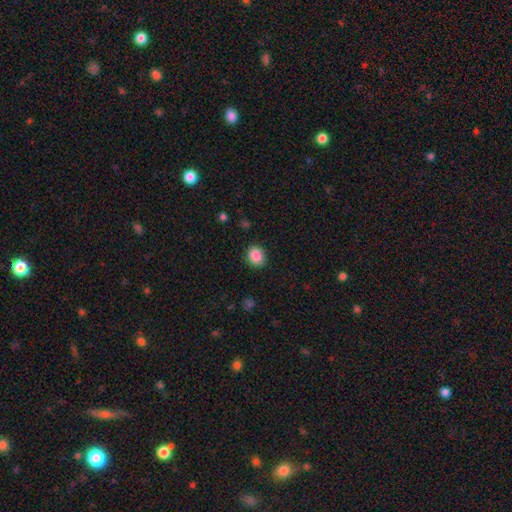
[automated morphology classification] smooth_or_featured: smooth (p=0.88) [alt: star or artifact p=0.09]
how_rounded: round (p=0.64) [alt: in between p=0.35]
merging: none (p=0.89) [alt: minor disturbance p=0.08]